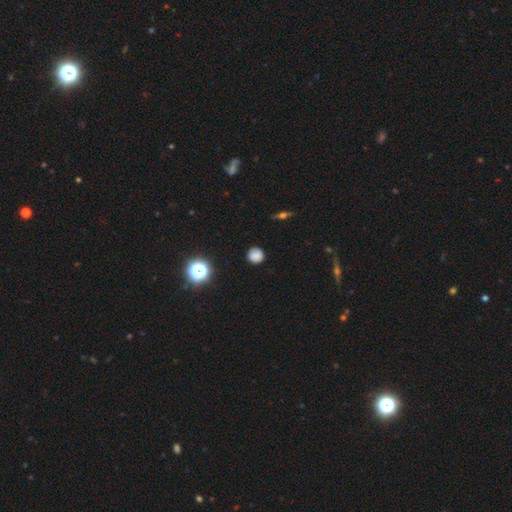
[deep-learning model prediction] This appears to be a smooth galaxy with no disk features (81%) that is round (93%). Merging: none (88%).